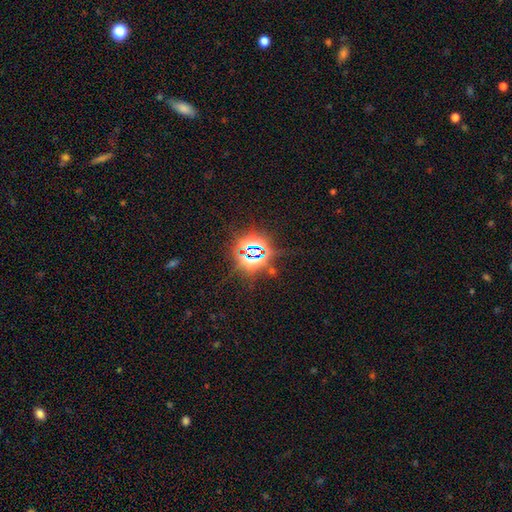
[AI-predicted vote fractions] smooth-or-featured: star or artifact: 80% | smooth: 12% | featured or disk: 8%